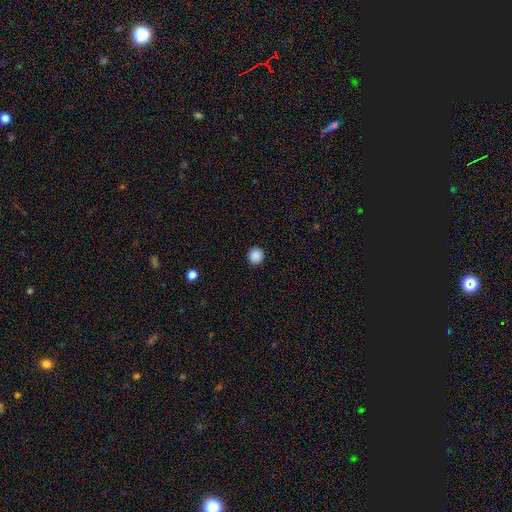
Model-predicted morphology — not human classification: Smooth or featured? Predicted: smooth (p=0.88). How rounded? Predicted: round (p=0.93). Merging? Predicted: none (p=0.93).